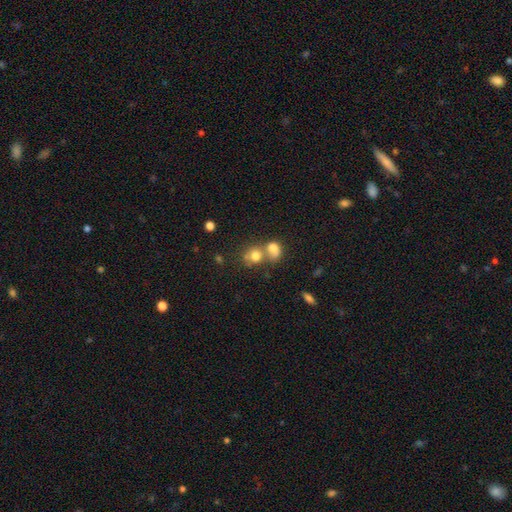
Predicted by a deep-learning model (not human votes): Smooth or featured: smooth — 76% (star or artifact — 12%)
How rounded: round — 72% (in between — 27%)
Merging: merger — 51% (none — 36%)